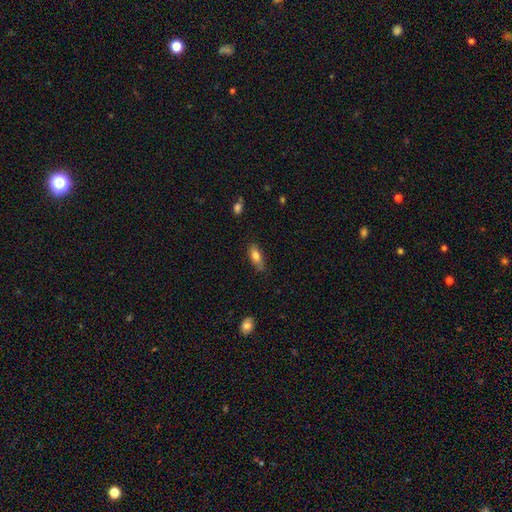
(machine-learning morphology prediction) Smooth or featured? smooth (77%)
How rounded? in between (77%)
Merging? none (71%)